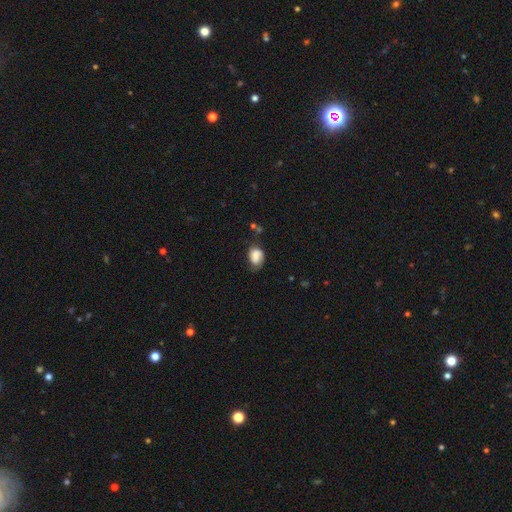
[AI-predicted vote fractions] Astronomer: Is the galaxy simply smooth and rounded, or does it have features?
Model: smooth — 72%.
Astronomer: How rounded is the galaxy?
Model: in between — 74%.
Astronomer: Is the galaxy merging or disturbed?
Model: none — 47% (runner-up: minor disturbance, 35%).